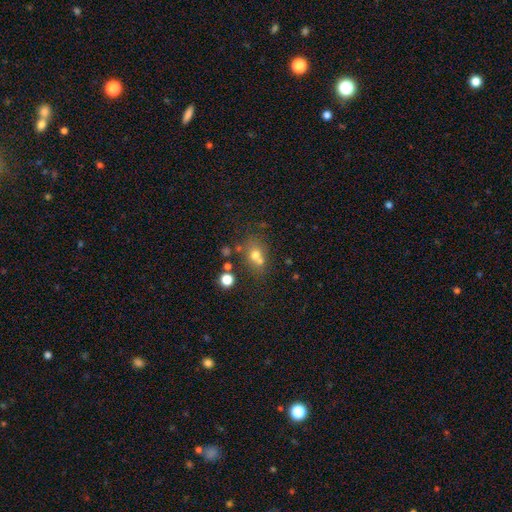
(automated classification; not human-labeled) Smooth or featured? smooth (64%)
How rounded? round (61%)
Merging? none (46%)